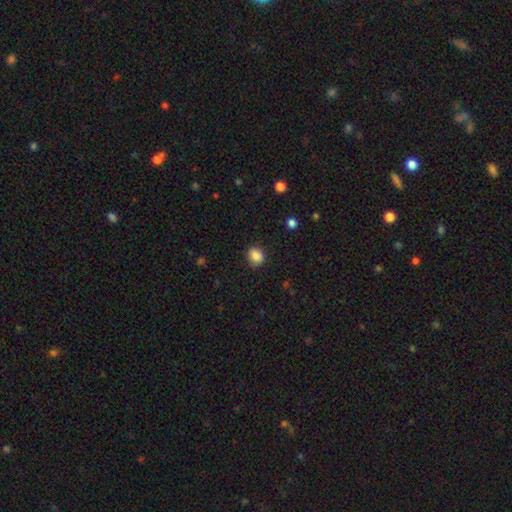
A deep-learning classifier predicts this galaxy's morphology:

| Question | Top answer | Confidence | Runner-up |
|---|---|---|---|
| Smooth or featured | smooth | 87% | star or artifact (10%) |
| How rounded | round | 74% | in between (25%) |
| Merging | none | 85% | minor disturbance (11%) |